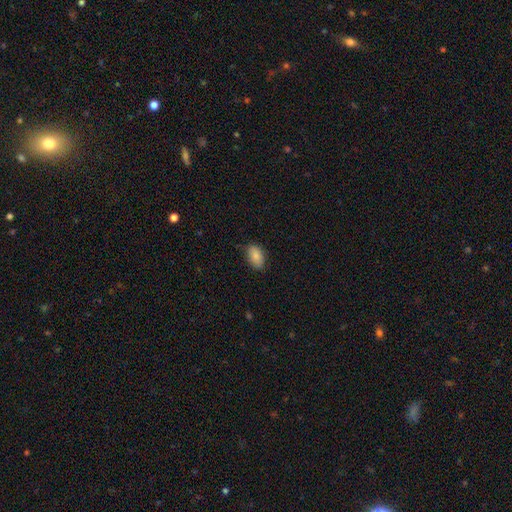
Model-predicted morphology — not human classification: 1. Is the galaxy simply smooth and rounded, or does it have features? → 85% smooth, 8% star or artifact, 7% featured or disk.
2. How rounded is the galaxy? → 91% in between, 7% round, 2% cigar-shaped.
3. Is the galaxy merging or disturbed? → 78% none, 18% minor disturbance, 3% major disturbance, 1% merger.